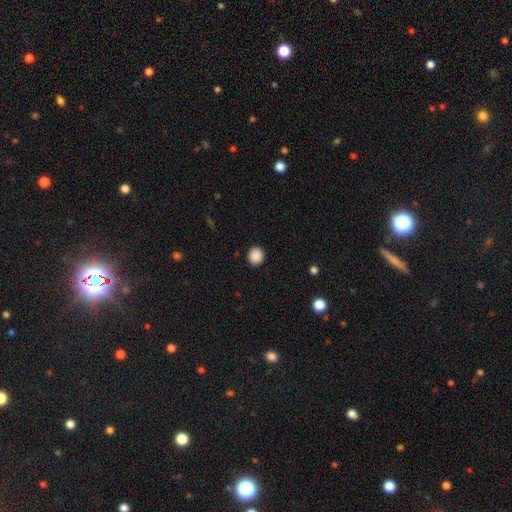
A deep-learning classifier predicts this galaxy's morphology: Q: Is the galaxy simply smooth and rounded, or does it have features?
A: smooth — 89%.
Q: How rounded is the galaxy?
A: round — 81%.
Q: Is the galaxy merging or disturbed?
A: none — 92%.